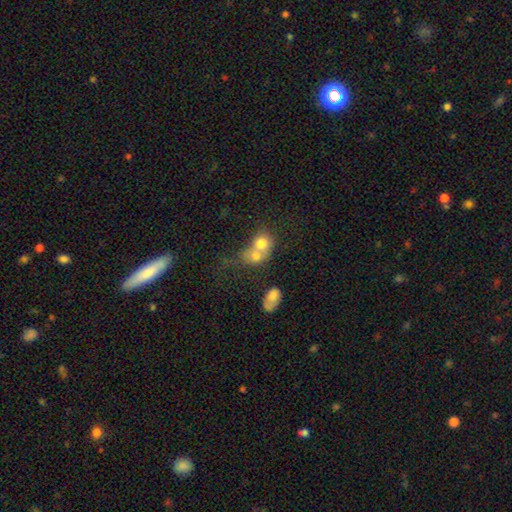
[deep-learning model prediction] smooth 70%, featured or disk 19%, star or artifact 11%. Down the decision tree: how rounded — round (61%); merging — merger (69%).